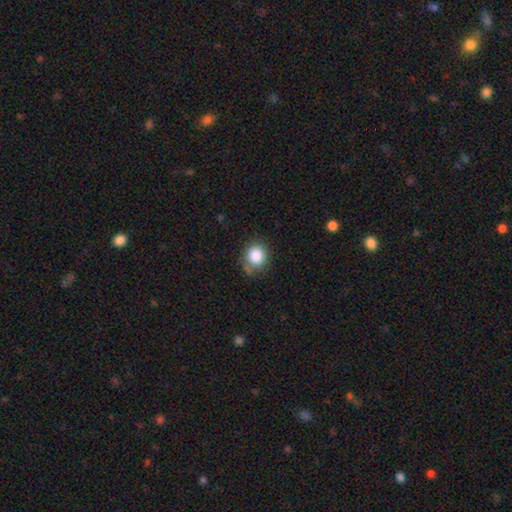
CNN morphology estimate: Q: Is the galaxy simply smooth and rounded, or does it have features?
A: smooth — 86%.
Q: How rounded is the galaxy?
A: round — 81%.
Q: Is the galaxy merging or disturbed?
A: none — 69%.